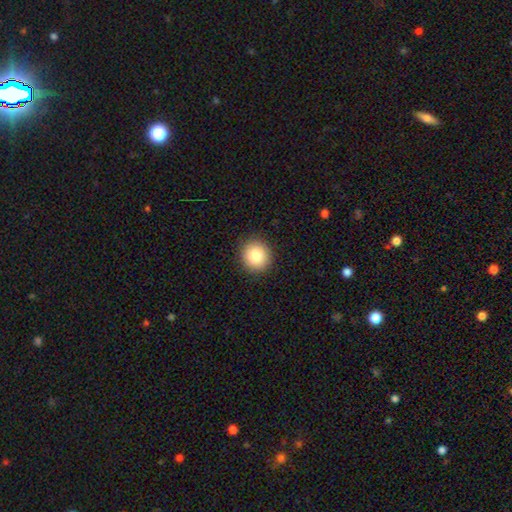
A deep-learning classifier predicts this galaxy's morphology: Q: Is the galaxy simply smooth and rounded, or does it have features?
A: smooth — 84%.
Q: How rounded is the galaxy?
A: round — 91%.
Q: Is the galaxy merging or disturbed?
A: none — 91%.